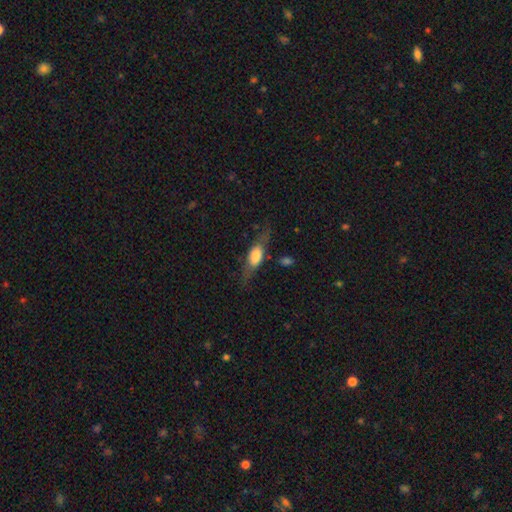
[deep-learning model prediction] smooth 51%, featured or disk 42%, star or artifact 7%. Down the decision tree: how rounded — in between (57%); merging — none (68%).